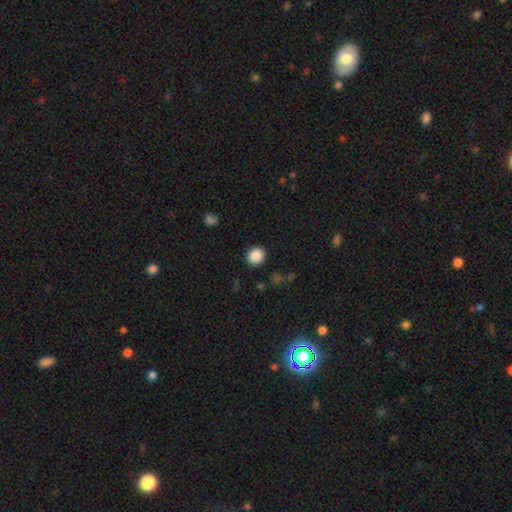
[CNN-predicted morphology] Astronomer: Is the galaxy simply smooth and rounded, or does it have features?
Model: smooth — 87%.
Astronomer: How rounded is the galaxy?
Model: round — 84%.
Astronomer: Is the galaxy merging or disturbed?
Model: none — 90%.